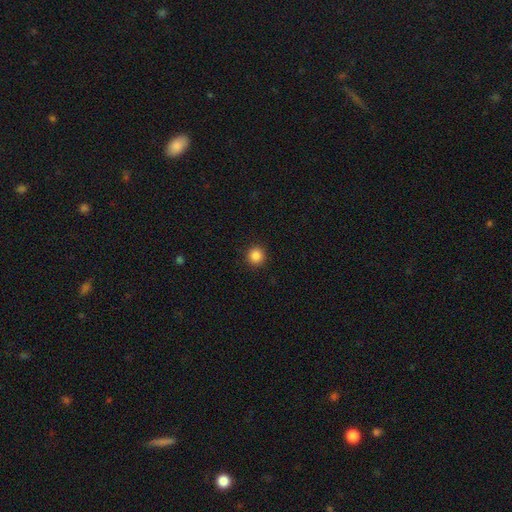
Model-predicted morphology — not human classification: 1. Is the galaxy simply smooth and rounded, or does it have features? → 87% smooth, 10% star or artifact, 3% featured or disk.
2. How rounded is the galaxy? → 95% round, 4% in between, 1% cigar-shaped.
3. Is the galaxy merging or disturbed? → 93% none, 5% minor disturbance, 2% major disturbance, 1% merger.